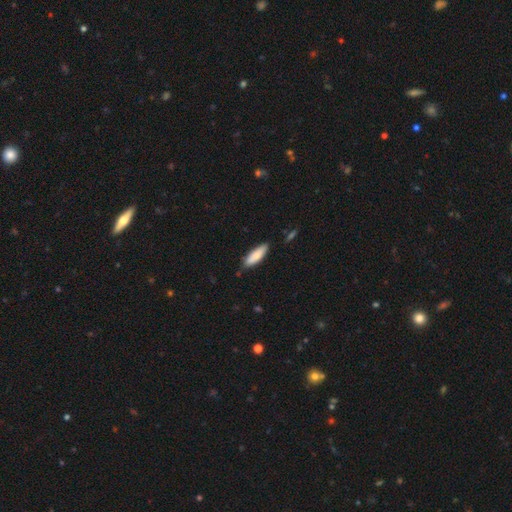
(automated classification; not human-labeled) The model was most divided on "how rounded": in between: 52%, cigar-shaped: 47%, round: 2%. More confident: smooth or featured — smooth (82%); merging — none (82%).